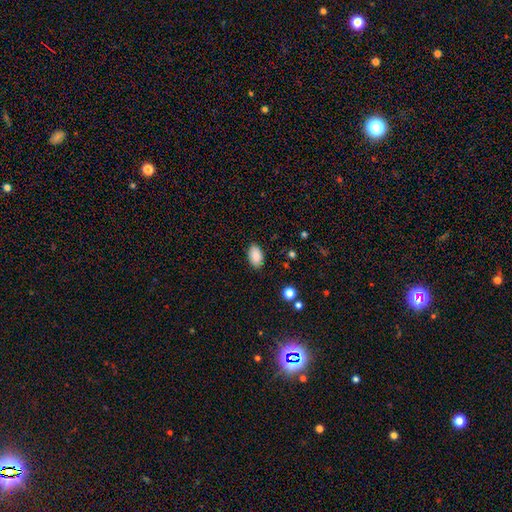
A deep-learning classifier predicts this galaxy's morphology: Smooth or featured? Predicted: smooth (p=0.89). How rounded? Predicted: in between (p=0.94). Merging? Predicted: none (p=0.88).